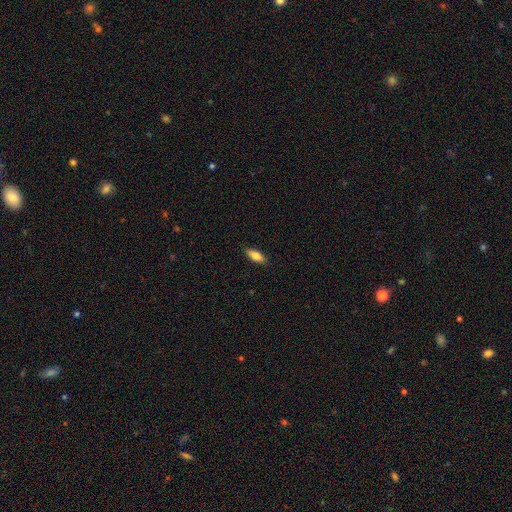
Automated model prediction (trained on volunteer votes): Morphology: type=smooth (76%); roundness=in between (71%); merging=none (87%).